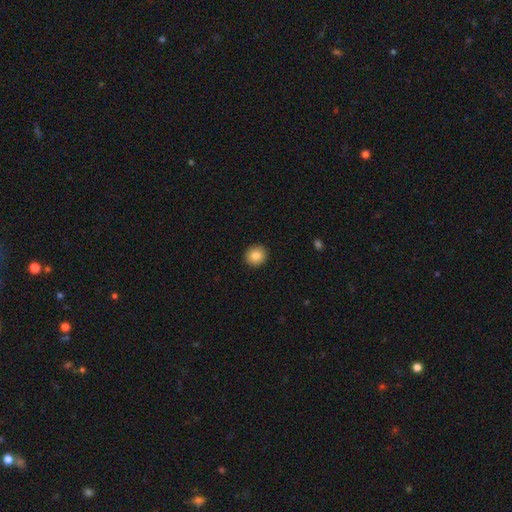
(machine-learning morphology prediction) Q: Smooth or featured?
A: smooth (85%); runner-up: star or artifact (9%)
Q: How rounded?
A: round (88%); runner-up: in between (11%)
Q: Merging?
A: none (93%); runner-up: minor disturbance (5%)